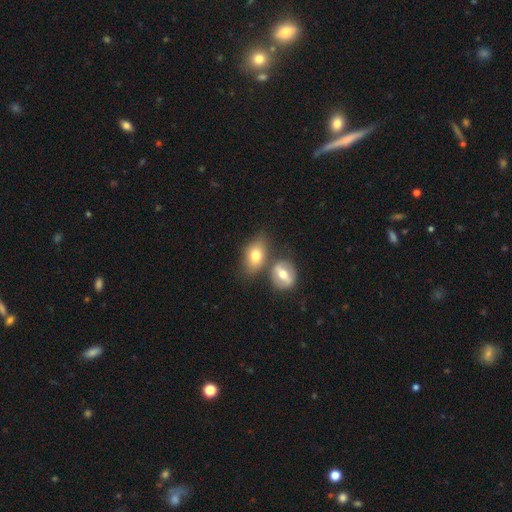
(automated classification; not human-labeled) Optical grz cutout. It shows a smooth galaxy with no disk features (74%) that is in between round and cigar-shaped (79%). Merging: none (53%).